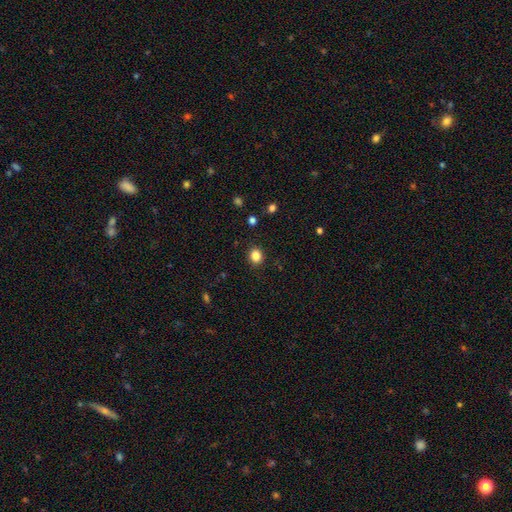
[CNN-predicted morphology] A smooth galaxy with no disk features (84%) that is round (74%). Merging: none (89%).